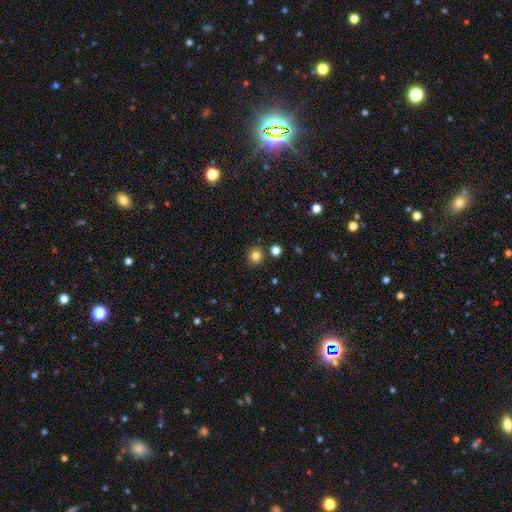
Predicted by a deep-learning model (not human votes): Morphology: type=smooth (82%); roundness=round (88%); merging=none (88%).